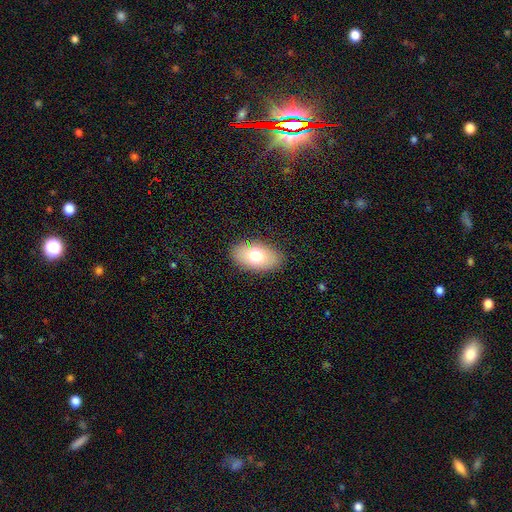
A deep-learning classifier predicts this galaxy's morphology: smooth_or_featured: smooth (p=0.72) [alt: featured or disk p=0.20]
how_rounded: in between (p=0.91) [alt: round p=0.07]
merging: none (p=0.86) [alt: minor disturbance p=0.10]